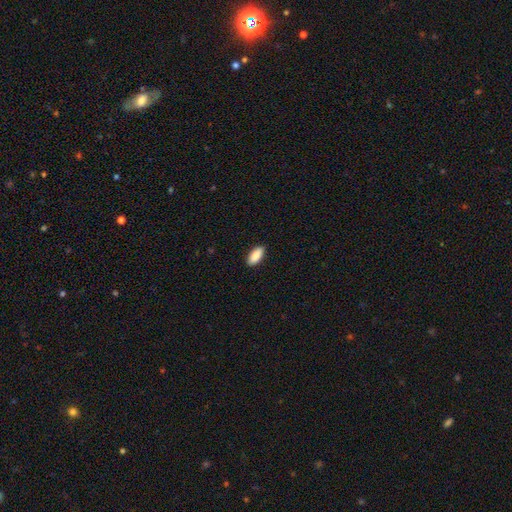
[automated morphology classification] Smooth or featured: smooth — 90% (star or artifact — 6%)
How rounded: in between — 87% (cigar-shaped — 11%)
Merging: none — 89% (minor disturbance — 8%)